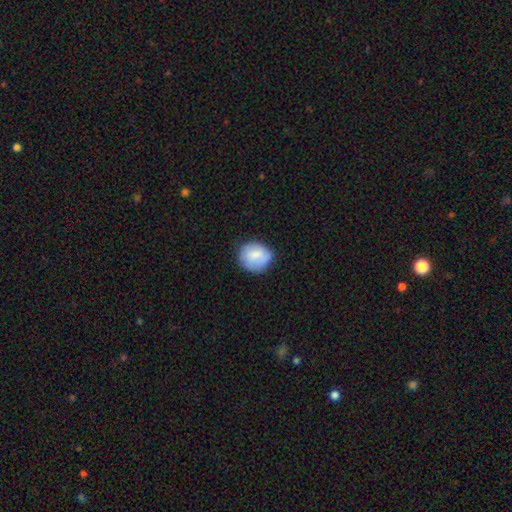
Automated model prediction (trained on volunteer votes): smooth 80%, featured or disk 13%, star or artifact 7%. Down the decision tree: how rounded — round (73%); merging — none (72%).